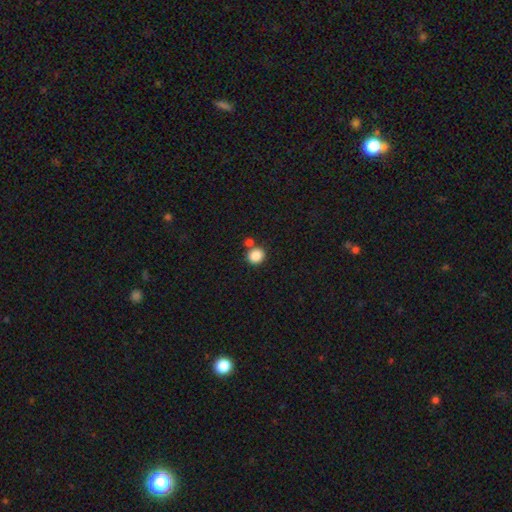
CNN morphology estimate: The model was most divided on "merging": none: 70%, merger: 18%, minor disturbance: 9%, major disturbance: 3%. More confident: smooth or featured — smooth (87%); how rounded — round (80%).